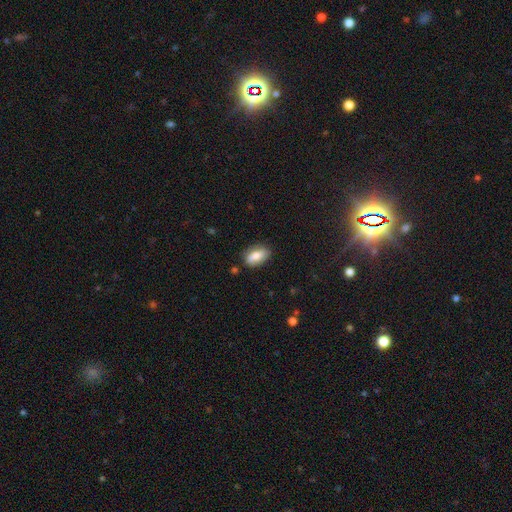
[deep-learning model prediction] This appears to be a smooth galaxy with no disk features (71%) that is in between round and cigar-shaped (88%). Merging: none (77%).